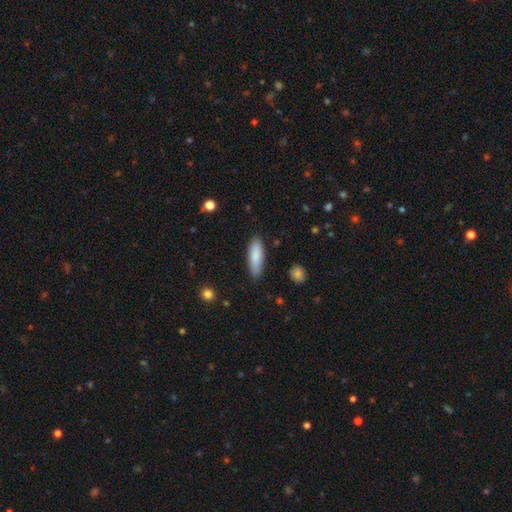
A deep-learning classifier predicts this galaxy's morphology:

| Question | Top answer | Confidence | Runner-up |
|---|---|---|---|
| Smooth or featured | smooth | 85% | featured or disk (9%) |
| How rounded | cigar-shaped | 50% | in between (49%) |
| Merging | none | 87% | minor disturbance (10%) |